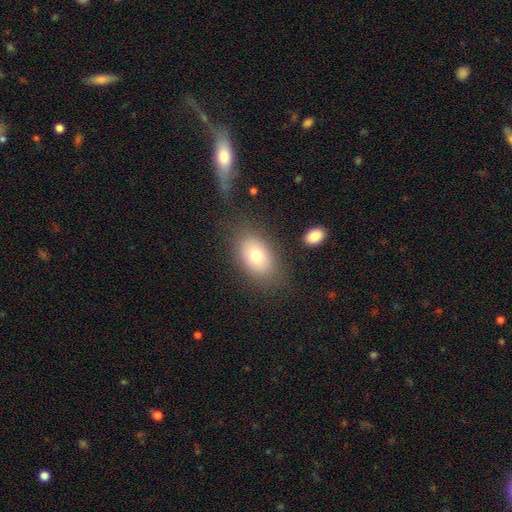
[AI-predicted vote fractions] Morphology: type=smooth (72%); roundness=in between (84%); merging=none (77%).